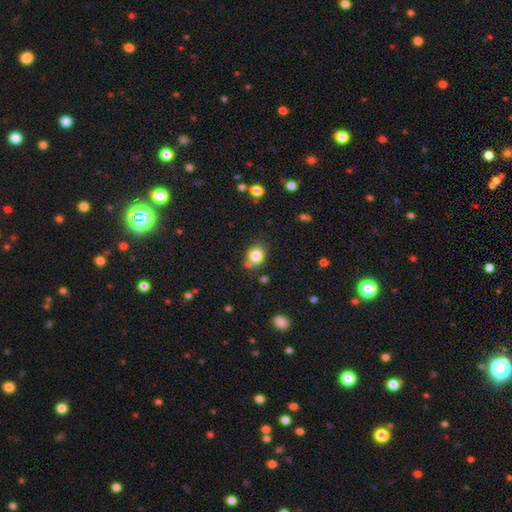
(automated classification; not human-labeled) This is clearly a smooth galaxy (82%). How rounded: likely round (64%). Merging: likely none (74%).